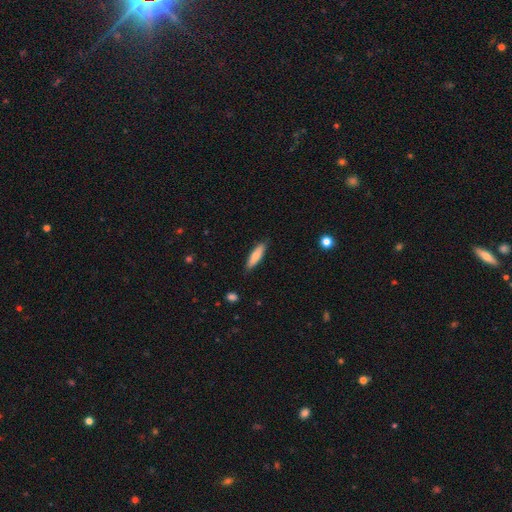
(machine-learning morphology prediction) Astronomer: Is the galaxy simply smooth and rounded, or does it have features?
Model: smooth — 75%.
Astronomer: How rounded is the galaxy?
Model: cigar-shaped — 61% (runner-up: in between, 37%).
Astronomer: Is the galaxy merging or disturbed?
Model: none — 85%.